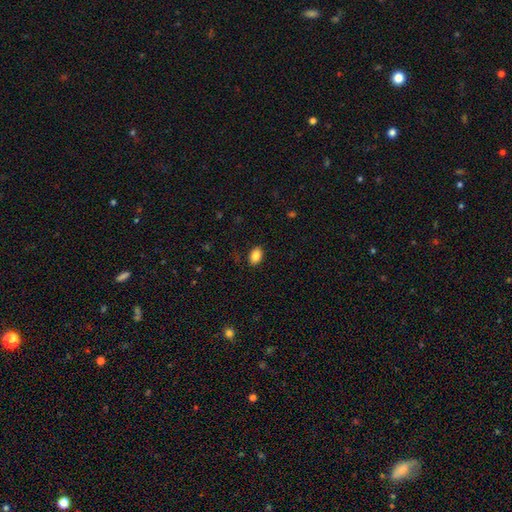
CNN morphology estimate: A smooth galaxy with no disk features (86%) that is in between round and cigar-shaped (88%).

Vote fractions:
- Smooth or featured? smooth: 86% / star or artifact: 8% / featured or disk: 5%
- How rounded? in between: 88% / round: 11% / cigar-shaped: 1%
- Merging? none: 86% / minor disturbance: 10% / major disturbance: 3% / merger: 1%